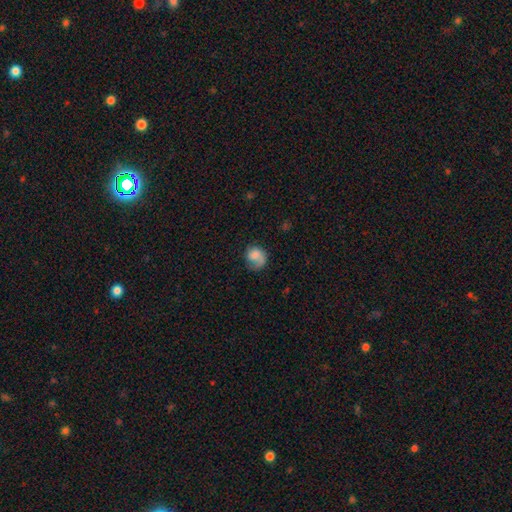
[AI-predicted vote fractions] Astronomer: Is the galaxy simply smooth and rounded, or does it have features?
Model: smooth — 68%.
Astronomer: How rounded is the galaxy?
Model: round — 64%.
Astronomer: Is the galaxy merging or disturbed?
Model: none — 46% (runner-up: minor disturbance, 25%).